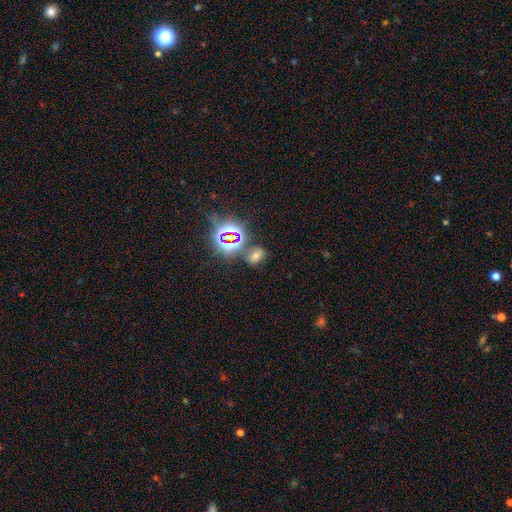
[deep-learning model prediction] Smooth or featured? smooth (46%)
Merging? none (72%)